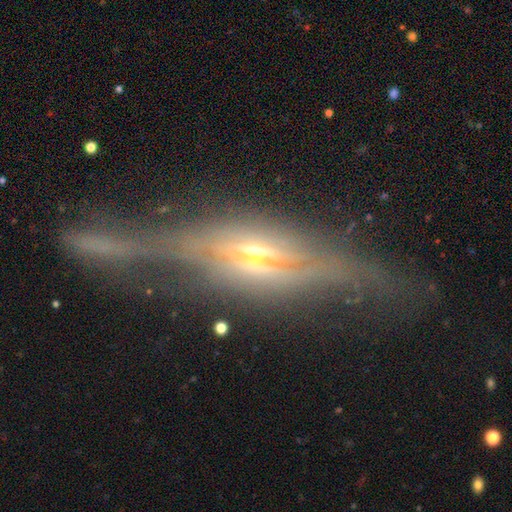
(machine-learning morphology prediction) Smooth or featured?
  - featured or disk: 83% *
  - smooth: 9%
  - star or artifact: 8%
Edge-on disk?
  - yes: 86% *
  - no: 14%
Edge-on bulge?
  - rounded: 80% *
  - boxy: 13%
  - none: 7%
Merging?
  - none: 60% *
  - minor disturbance: 19%
  - major disturbance: 17%
  - merger: 5%